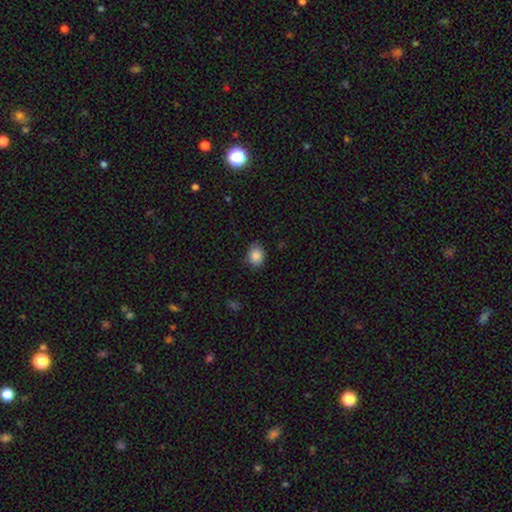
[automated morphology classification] type=smooth (87%); roundness=in between (52%); merging=none (83%).